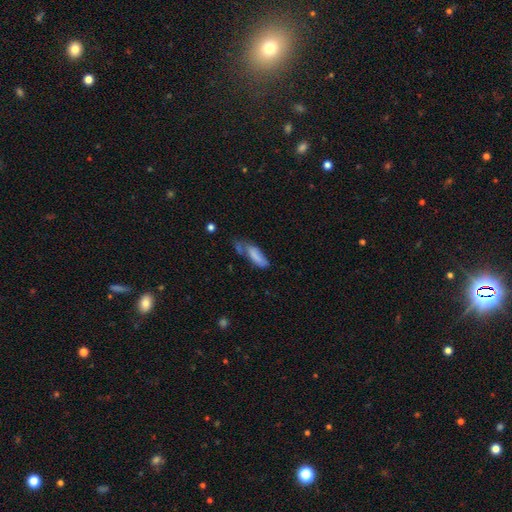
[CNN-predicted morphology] This appears to be a smooth galaxy with no disk features (73%) that is in between round and cigar-shaped (63%). Merging: minor disturbance (34%).